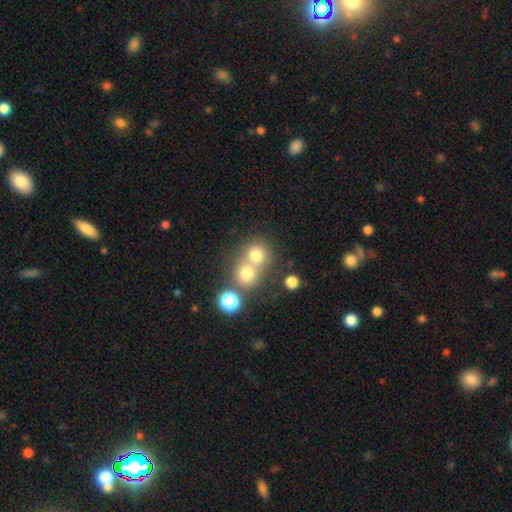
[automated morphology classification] type=smooth (72%); roundness=round (84%); merging=merger (49%).